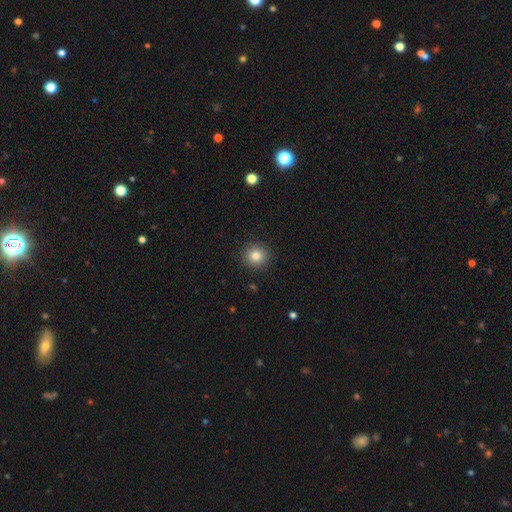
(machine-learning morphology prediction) A smooth galaxy with no disk features (83%) that is round (93%). Merging: none (91%).